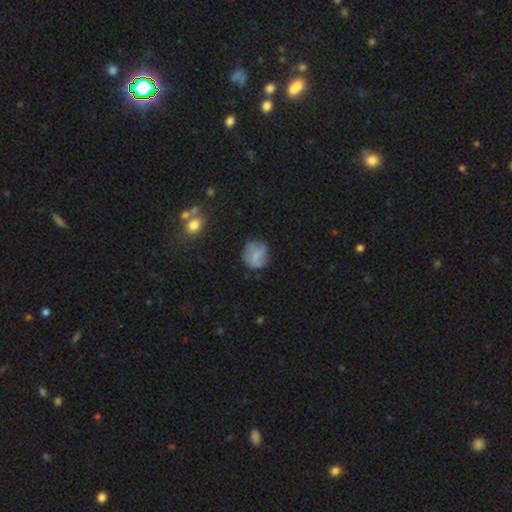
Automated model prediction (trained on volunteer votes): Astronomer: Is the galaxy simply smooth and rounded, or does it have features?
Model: smooth — 65%.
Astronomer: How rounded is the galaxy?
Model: round — 86%.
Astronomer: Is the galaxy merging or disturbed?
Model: none — 68%.